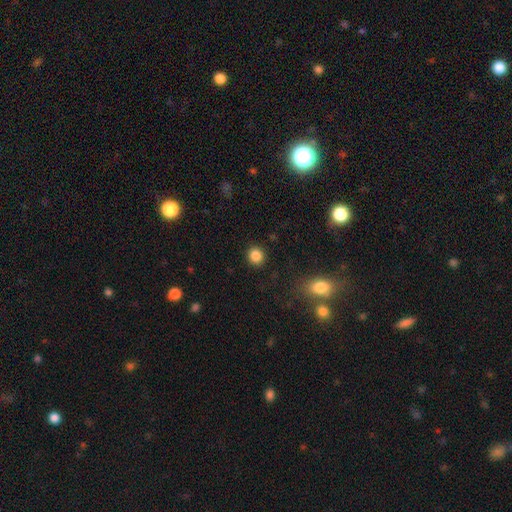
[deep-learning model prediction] A smooth galaxy with no disk features (86%) that is round (87%).

Vote fractions:
- Smooth or featured? smooth: 86% / star or artifact: 11% / featured or disk: 4%
- How rounded? round: 87% / in between: 13% / cigar-shaped: 1%
- Merging? none: 90% / minor disturbance: 6% / major disturbance: 2% / merger: 1%